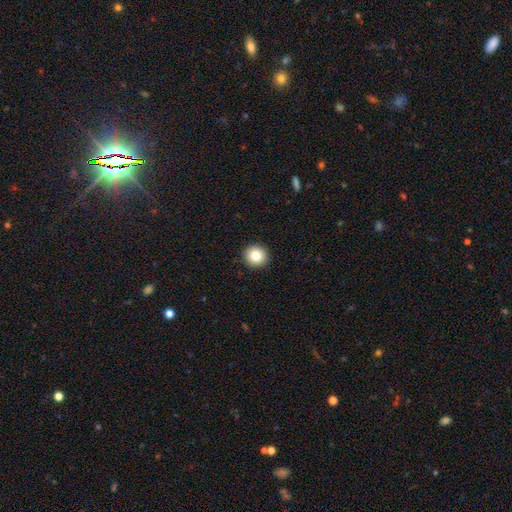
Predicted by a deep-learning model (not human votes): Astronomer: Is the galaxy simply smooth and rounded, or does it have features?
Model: smooth — 82%.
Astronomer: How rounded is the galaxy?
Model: round — 94%.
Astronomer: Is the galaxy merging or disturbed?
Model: none — 93%.